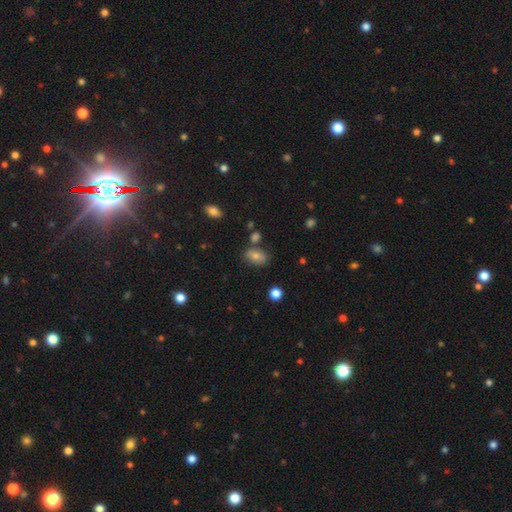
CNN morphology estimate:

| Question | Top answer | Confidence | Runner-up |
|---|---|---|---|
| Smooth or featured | smooth | 74% | featured or disk (14%) |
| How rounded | in between | 84% | round (14%) |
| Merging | none | 71% | minor disturbance (15%) |